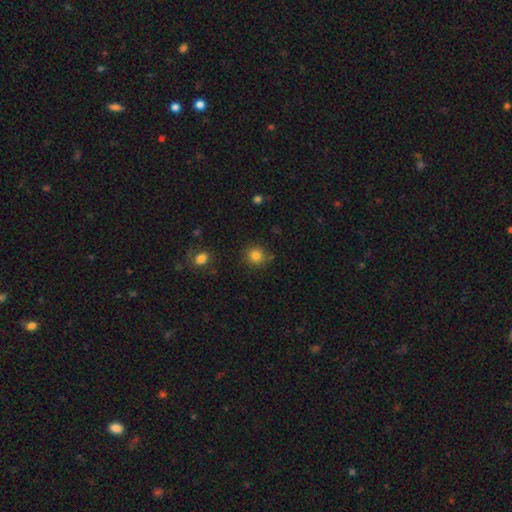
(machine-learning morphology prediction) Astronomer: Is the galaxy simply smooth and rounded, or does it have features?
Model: smooth — 83%.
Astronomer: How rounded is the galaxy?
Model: round — 91%.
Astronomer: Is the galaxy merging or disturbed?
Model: none — 84%.